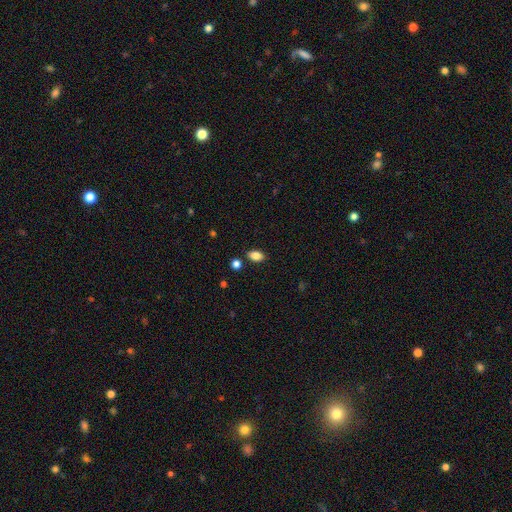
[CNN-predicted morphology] A smooth galaxy with no disk features (85%) that is in between round and cigar-shaped (88%).

Vote fractions:
- Smooth or featured? smooth: 85% / star or artifact: 9% / featured or disk: 6%
- How rounded? in between: 88% / round: 9% / cigar-shaped: 2%
- Merging? none: 83% / minor disturbance: 10% / merger: 4% / major disturbance: 2%